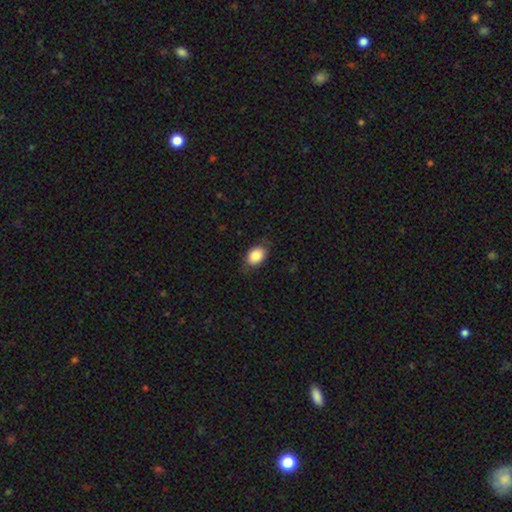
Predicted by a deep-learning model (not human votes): A smooth galaxy with no disk features (85%) that is in between round and cigar-shaped (77%). Merging: none (75%).